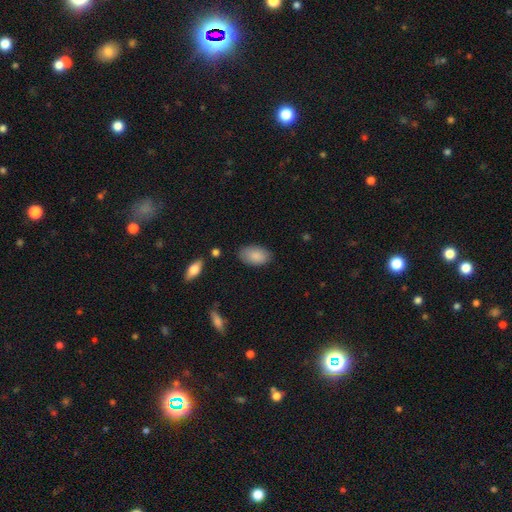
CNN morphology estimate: type=smooth (87%); roundness=in between (93%); merging=none (81%).